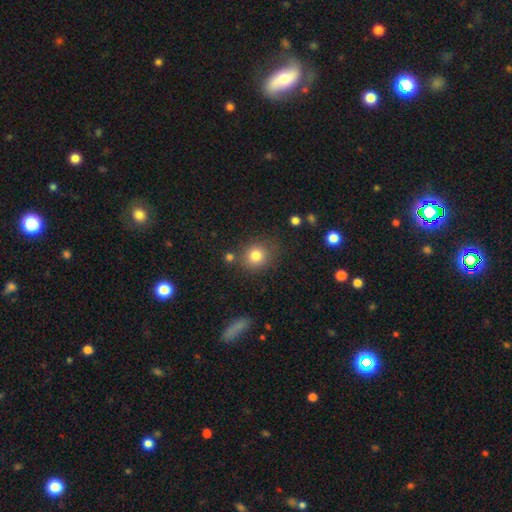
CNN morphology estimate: Smooth or featured? Predicted: smooth (p=0.83). How rounded? Predicted: round (p=0.78). Merging? Predicted: none (p=0.76).